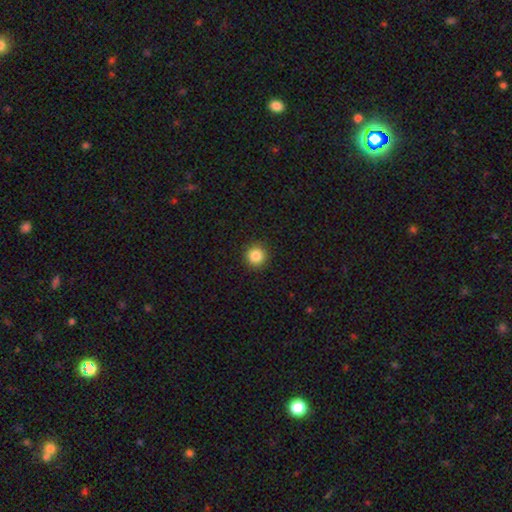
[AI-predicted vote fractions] Overall: smooth (85%). How rounded: round (95%). Merging: none (93%).